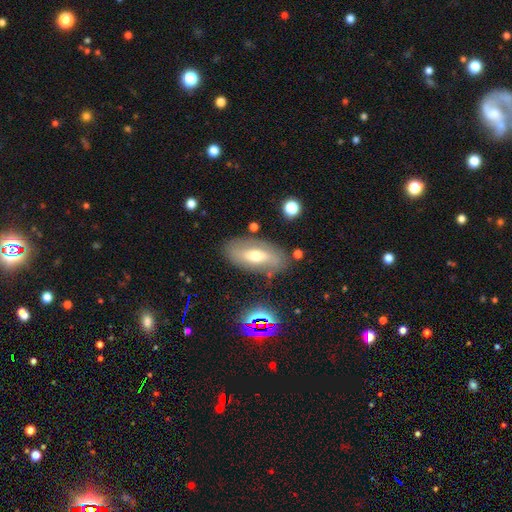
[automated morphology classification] The model was most divided on "smooth or featured": smooth: 46%, featured or disk: 45%, star or artifact: 9%. More confident: merging — none (77%).